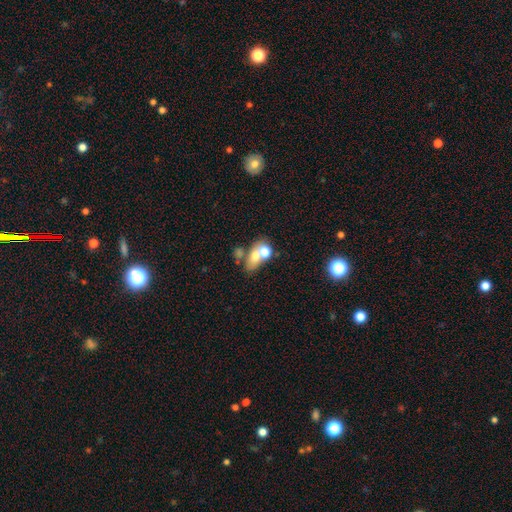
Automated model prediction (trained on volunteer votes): The model was most divided on "how rounded": in between: 59%, round: 38%, cigar-shaped: 3%. More confident: smooth or featured — smooth (62%); merging — merger (54%).